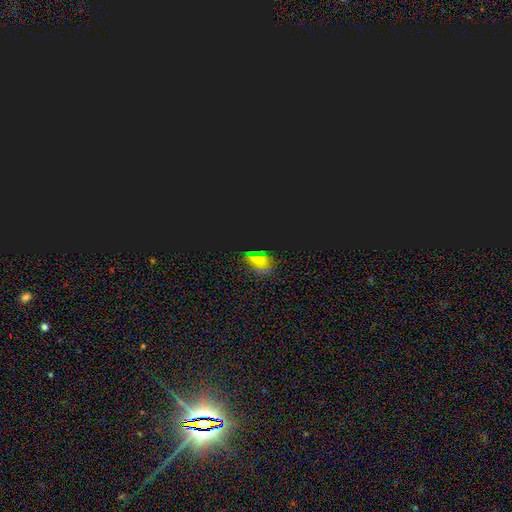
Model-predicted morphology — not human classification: A star or artifact, not a galaxy (58%).

Vote fractions:
- Smooth or featured? star or artifact: 58% / smooth: 31% / featured or disk: 11%